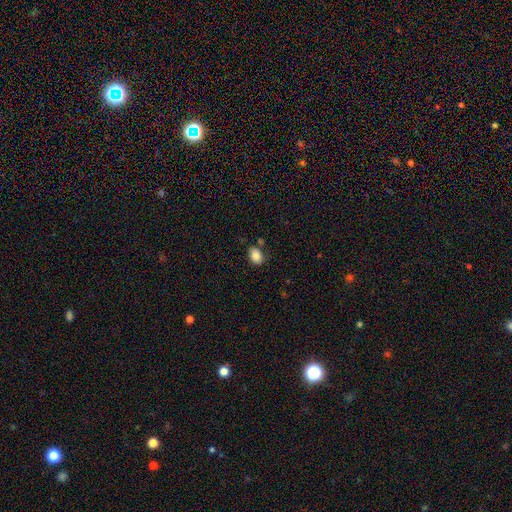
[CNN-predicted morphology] type=smooth (84%); roundness=in between (71%); merging=none (75%).